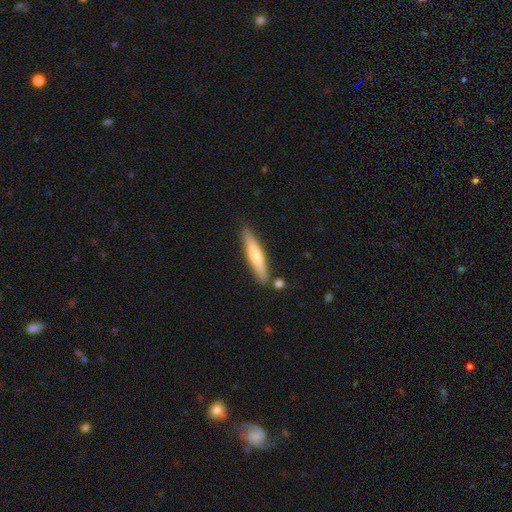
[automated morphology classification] A smooth galaxy with no disk features (58%) that is cigar-shaped (89%).

Vote fractions:
- Smooth or featured? smooth: 58% / featured or disk: 37% / star or artifact: 5%
- How rounded? cigar-shaped: 89% / in between: 10% / round: 1%
- Merging? none: 82% / minor disturbance: 10% / merger: 5% / major disturbance: 2%